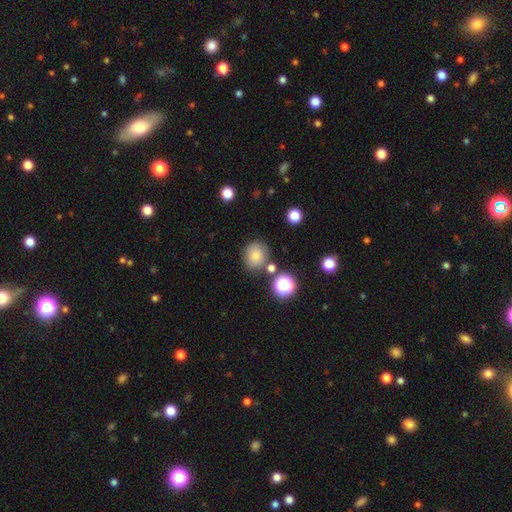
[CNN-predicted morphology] Smooth or featured? Predicted: smooth (p=0.77). How rounded? Predicted: round (p=0.79). Merging? Predicted: none (p=0.74).